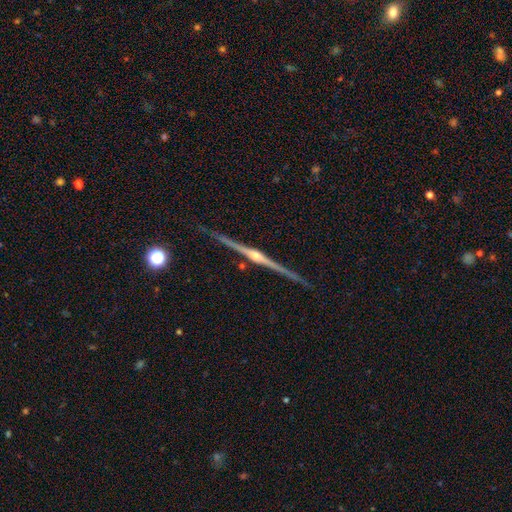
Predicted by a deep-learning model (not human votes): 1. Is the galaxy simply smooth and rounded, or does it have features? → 90% featured or disk, 5% star or artifact, 5% smooth.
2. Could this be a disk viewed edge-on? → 99% yes, 1% no.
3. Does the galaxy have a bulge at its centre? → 91% rounded, 4% boxy, 4% none.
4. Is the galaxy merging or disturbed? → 90% none, 7% minor disturbance, 1% merger, 1% major disturbance.